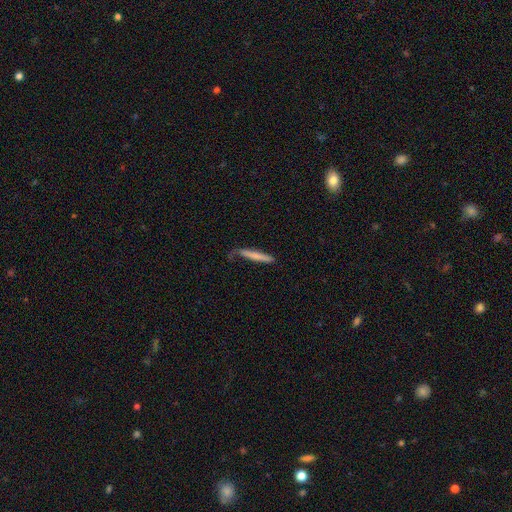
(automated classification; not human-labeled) Smooth or featured?
  - smooth: 69% *
  - featured or disk: 25%
  - star or artifact: 6%
How rounded?
  - cigar-shaped: 94% *
  - in between: 4%
  - round: 1%
Merging?
  - none: 63% *
  - minor disturbance: 23%
  - major disturbance: 10%
  - merger: 4%